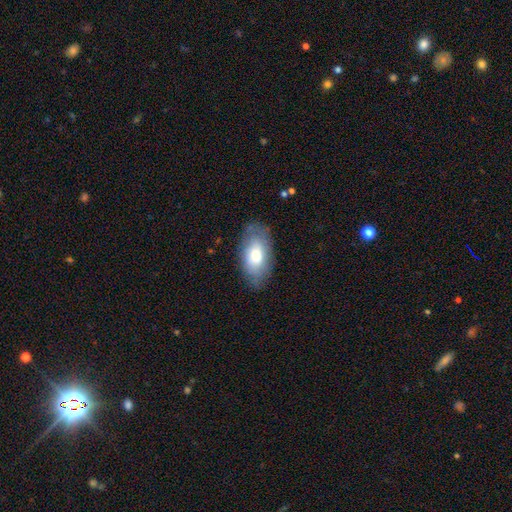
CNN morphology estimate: Smooth or featured: smooth — 72% (featured or disk — 22%)
How rounded: in between — 94% (round — 3%)
Merging: none — 76% (minor disturbance — 17%)